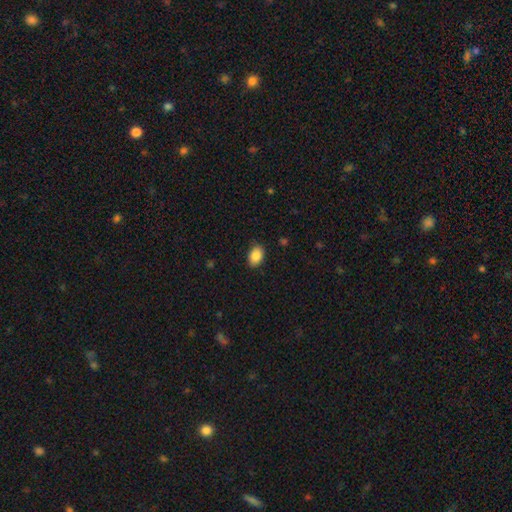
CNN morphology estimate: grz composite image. It shows a smooth galaxy with no disk features (87%) that is in between round and cigar-shaped (82%). Merging: none (84%).